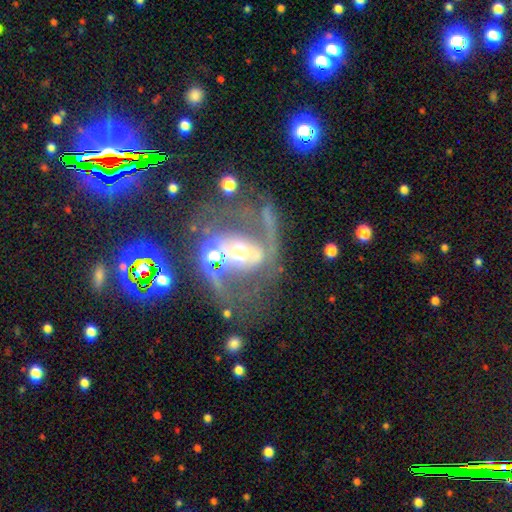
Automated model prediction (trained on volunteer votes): A featured or disk galaxy (77%) with no bar (38%), 2 (80%) loose (51%) spiral arms (78%) and a moderate central bulge (60%).

Vote fractions:
- Smooth or featured? featured or disk: 77% / smooth: 13% / star or artifact: 11%
- Edge-on disk? no: 95% / yes: 5%
- Bar? no: 38% / strong: 35% / weak: 27%
- Spiral arms? yes: 78% / no: 22%
- Spiral winding? loose: 51% / medium: 37% / tight: 13%
- Spiral arm count? 2: 80% / 1: 7% / can't tell: 7% / 3: 2% / 4: 2% / more than 4: 2%
- Bulge size? moderate: 60% / large: 21% / small: 12% / dominant: 5% / none: 2%
- Merging? none: 44% / major disturbance: 24% / merger: 18% / minor disturbance: 14%